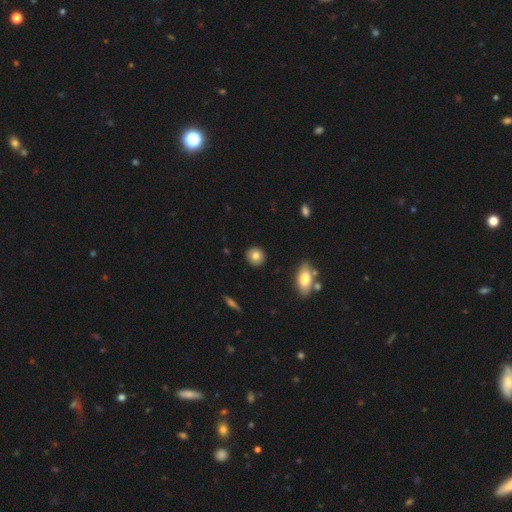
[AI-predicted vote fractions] smooth-or-featured: smooth: 81% | featured or disk: 10% | star or artifact: 8%
  how-rounded: round: 85% | in between: 13% | cigar-shaped: 2%
  merging: none: 90% | minor disturbance: 7% | major disturbance: 2% | merger: 1%